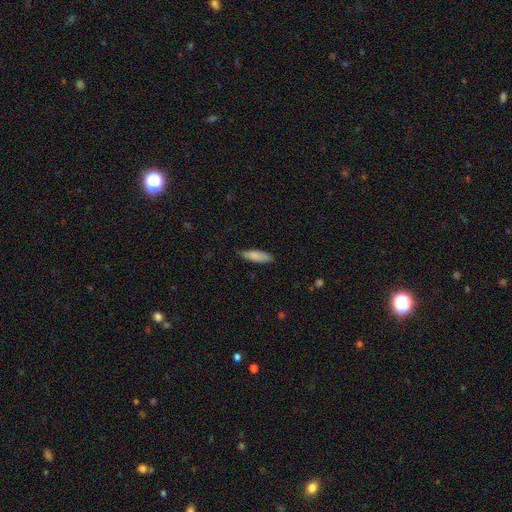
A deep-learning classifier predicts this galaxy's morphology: smooth_or_featured: smooth (p=0.85) [alt: featured or disk p=0.09]
how_rounded: cigar-shaped (p=0.50) [alt: in between p=0.49]
merging: none (p=0.82) [alt: minor disturbance p=0.14]